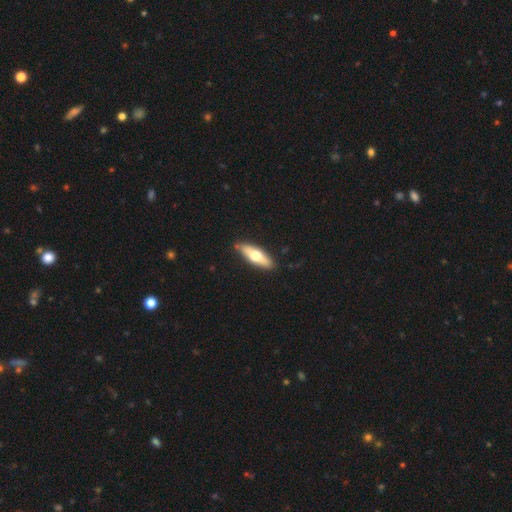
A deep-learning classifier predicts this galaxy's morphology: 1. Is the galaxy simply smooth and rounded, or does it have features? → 56% smooth, 39% featured or disk, 5% star or artifact.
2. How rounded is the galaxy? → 50% in between, 48% cigar-shaped, 2% round.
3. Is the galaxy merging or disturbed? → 86% none, 11% minor disturbance, 2% major disturbance, 2% merger.